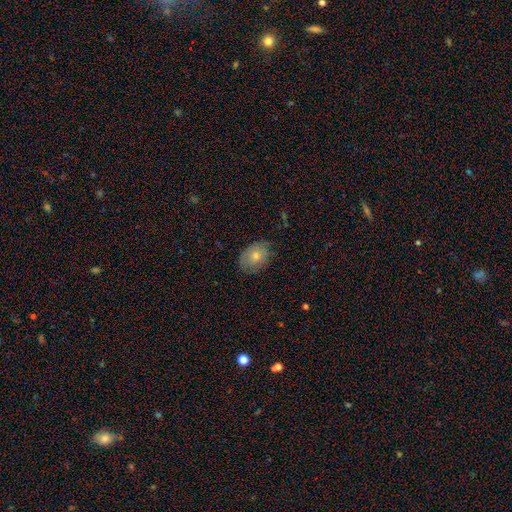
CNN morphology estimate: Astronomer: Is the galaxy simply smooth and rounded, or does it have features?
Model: smooth — 58%.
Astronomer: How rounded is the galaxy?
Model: in between — 68%.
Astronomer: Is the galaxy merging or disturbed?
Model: none — 75%.